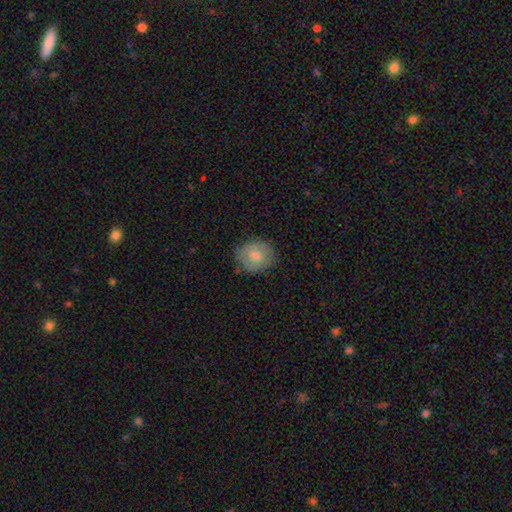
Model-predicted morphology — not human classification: smooth 71%, featured or disk 22%, star or artifact 7%. Down the decision tree: how rounded — round (70%); merging — none (77%).